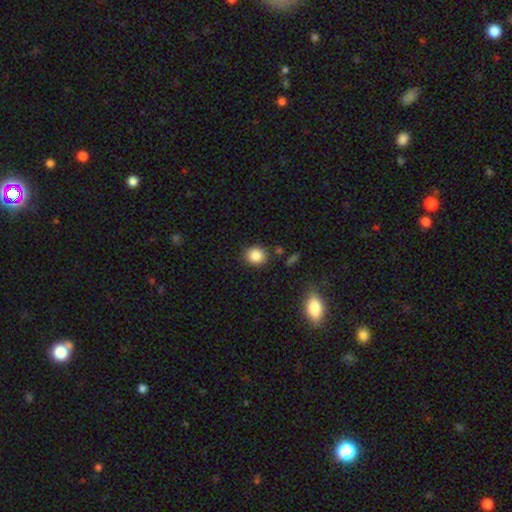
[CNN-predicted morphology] Overall: smooth (85%). How rounded: round (81%). Merging: none (87%).